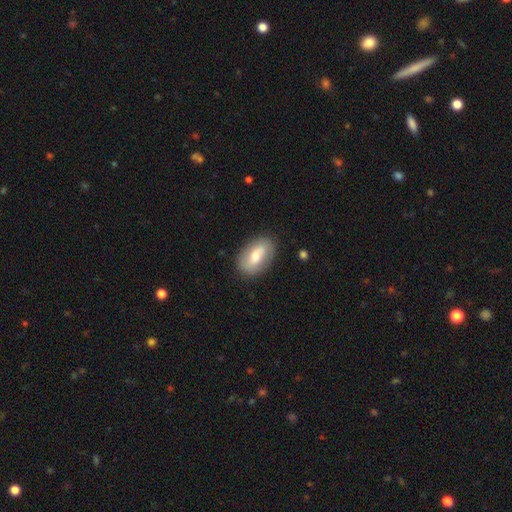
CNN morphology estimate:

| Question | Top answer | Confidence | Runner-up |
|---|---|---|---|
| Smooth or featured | smooth | 58% | featured or disk (35%) |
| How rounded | in between | 89% | round (7%) |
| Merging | none | 85% | minor disturbance (11%) |